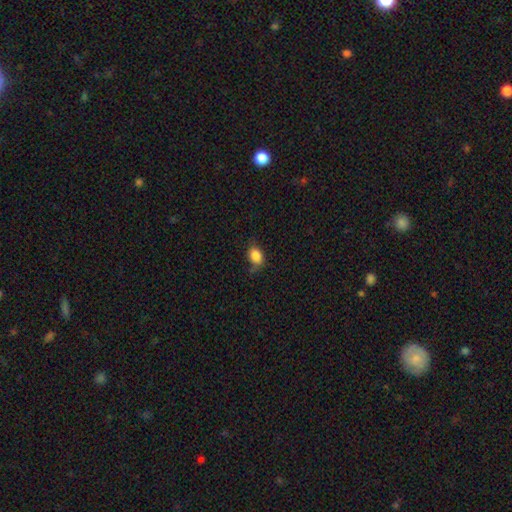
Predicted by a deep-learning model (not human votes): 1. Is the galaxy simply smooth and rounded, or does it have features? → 85% smooth, 9% star or artifact, 6% featured or disk.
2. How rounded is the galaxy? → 71% in between, 28% round, 1% cigar-shaped.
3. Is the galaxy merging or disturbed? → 63% none, 27% minor disturbance, 8% major disturbance, 3% merger.